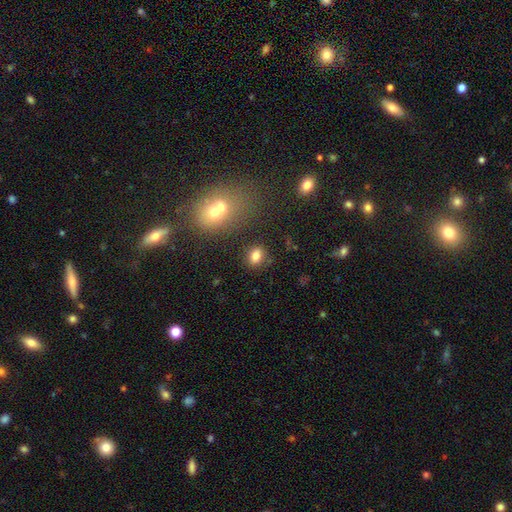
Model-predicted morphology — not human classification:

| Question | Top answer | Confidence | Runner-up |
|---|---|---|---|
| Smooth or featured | smooth | 80% | star or artifact (12%) |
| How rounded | in between | 63% | round (36%) |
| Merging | none | 78% | minor disturbance (11%) |